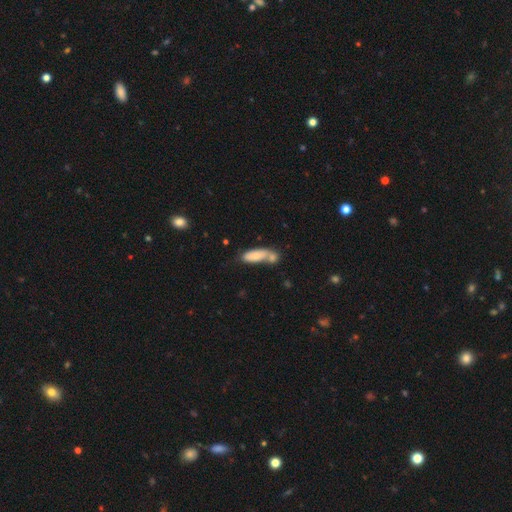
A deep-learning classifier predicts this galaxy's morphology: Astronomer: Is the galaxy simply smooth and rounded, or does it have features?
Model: smooth — 73%.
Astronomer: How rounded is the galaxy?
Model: in between — 60% (runner-up: cigar-shaped, 37%).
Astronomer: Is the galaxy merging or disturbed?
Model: merger — 48% (runner-up: none, 32%).